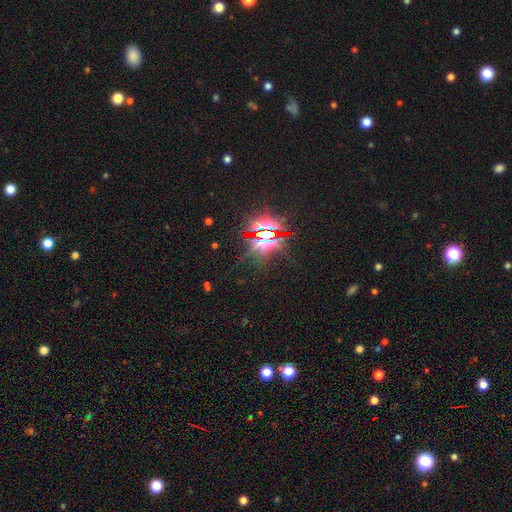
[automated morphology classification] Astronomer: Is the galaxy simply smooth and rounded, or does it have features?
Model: star or artifact — 85%.